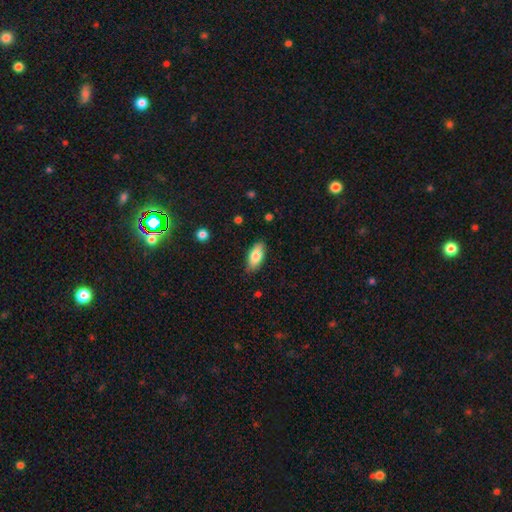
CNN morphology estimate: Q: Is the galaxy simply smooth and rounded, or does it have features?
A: smooth — 76%.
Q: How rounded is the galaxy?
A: in between — 84%.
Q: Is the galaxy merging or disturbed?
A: none — 82%.